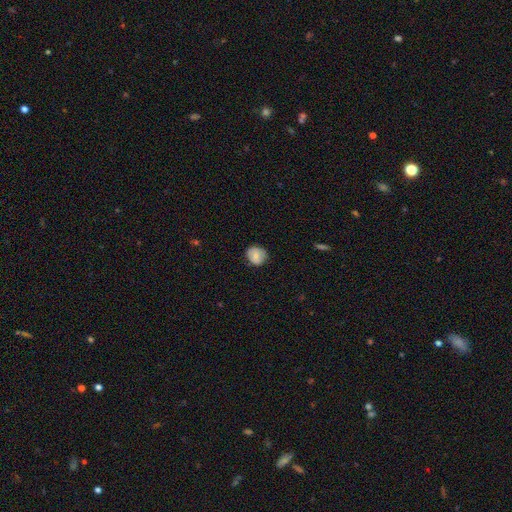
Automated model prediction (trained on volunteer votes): A smooth galaxy with no disk features (69%) that is round (78%).

Vote fractions:
- Smooth or featured? smooth: 69% / featured or disk: 23% / star or artifact: 8%
- How rounded? round: 78% / in between: 21% / cigar-shaped: 1%
- Merging? none: 75% / minor disturbance: 20% / major disturbance: 3% / merger: 1%